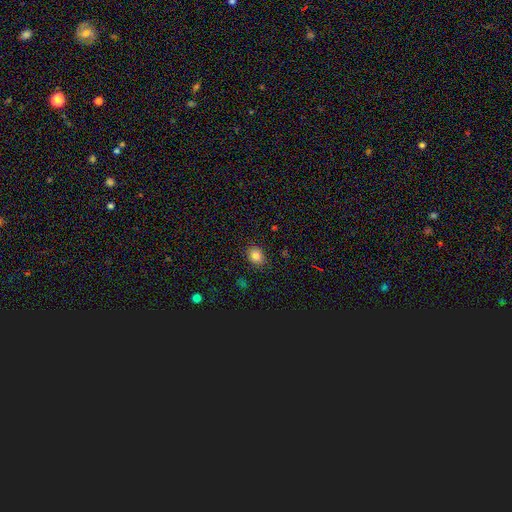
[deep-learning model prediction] This is clearly a smooth galaxy (82%). How rounded: likely round (61%). Merging: clearly none (84%).